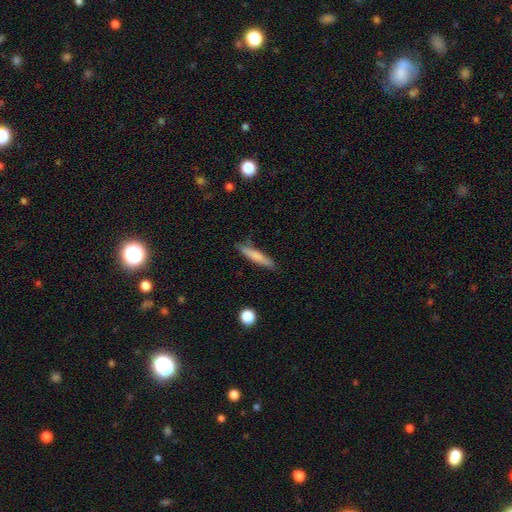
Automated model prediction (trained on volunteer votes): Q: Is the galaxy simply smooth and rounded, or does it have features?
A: smooth — 73%.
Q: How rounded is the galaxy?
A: cigar-shaped — 91%.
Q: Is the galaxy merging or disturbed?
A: none — 84%.